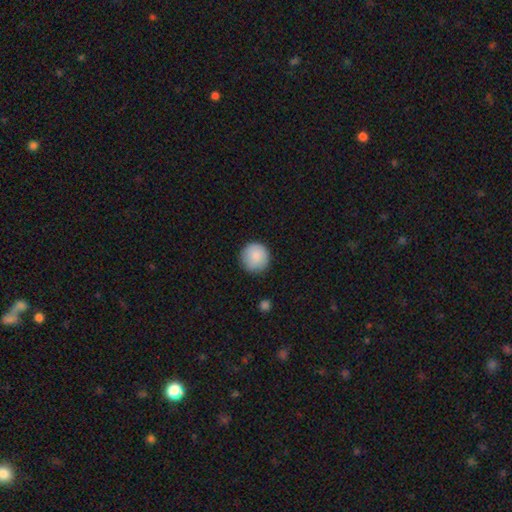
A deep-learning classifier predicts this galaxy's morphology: A smooth galaxy with no disk features (86%) that is round (95%). Merging: none (87%).